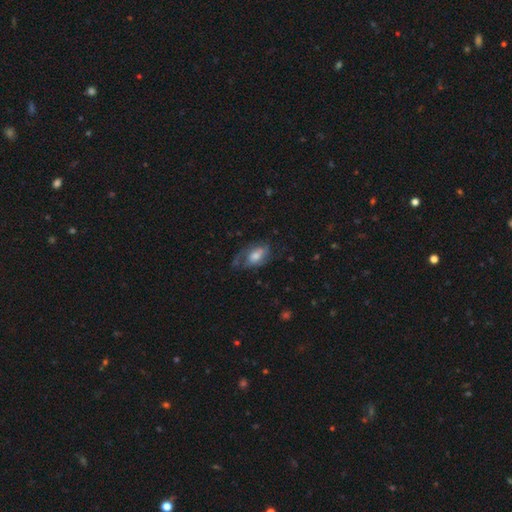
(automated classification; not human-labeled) The model was most divided on "smooth or featured": featured or disk: 58%, smooth: 33%, star or artifact: 9%. Remaining: edge-on disk — no (92%); spiral arms — yes (81%); bar — no (58%); merging — none (52%); bulge size — moderate (48%).